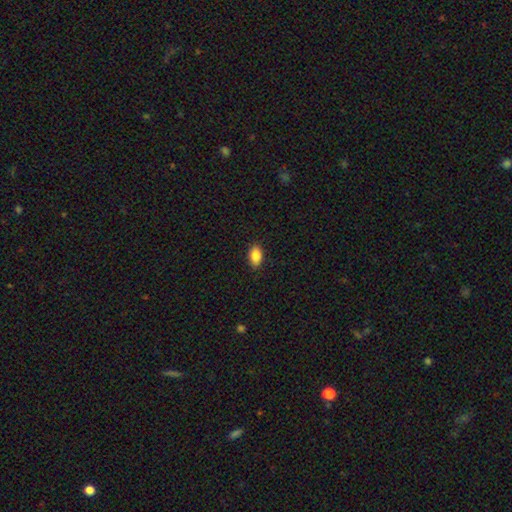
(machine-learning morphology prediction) This is clearly a smooth galaxy (86%). How rounded: clearly in between (90%). Merging: clearly none (88%).